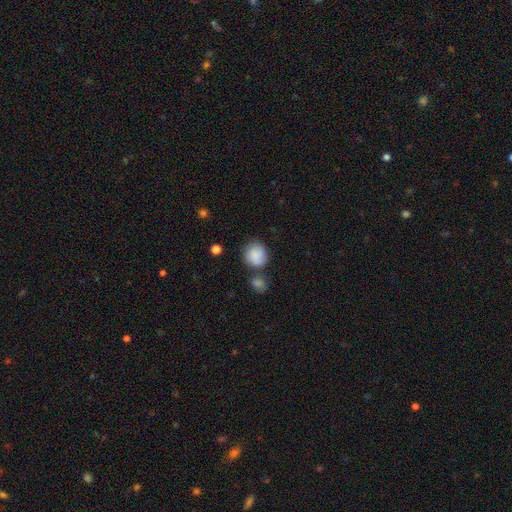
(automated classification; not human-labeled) Smooth or featured? smooth (82%)
How rounded? round (84%)
Merging? none (63%)